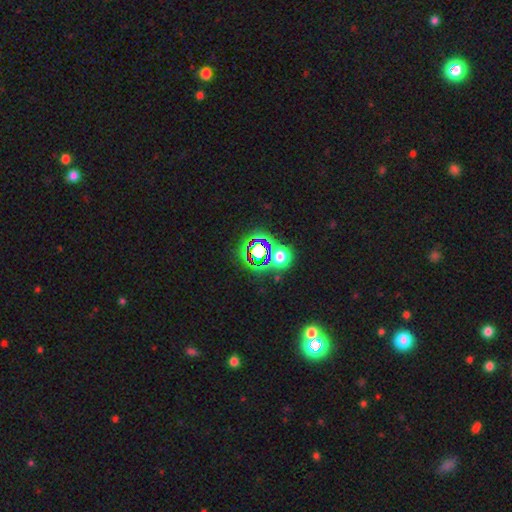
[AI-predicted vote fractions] smooth-or-featured: star or artifact: 67% | smooth: 22% | featured or disk: 11%